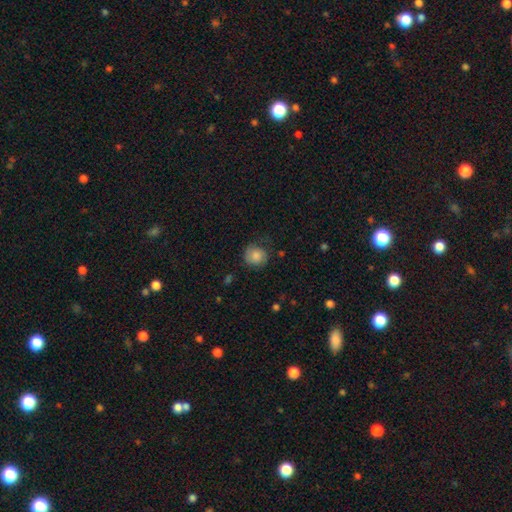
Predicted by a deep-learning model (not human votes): A smooth galaxy with no disk features (70%) that is round (84%).

Vote fractions:
- Smooth or featured? smooth: 70% / featured or disk: 22% / star or artifact: 8%
- How rounded? round: 84% / in between: 15% / cigar-shaped: 1%
- Merging? none: 65% / minor disturbance: 23% / major disturbance: 10% / merger: 1%